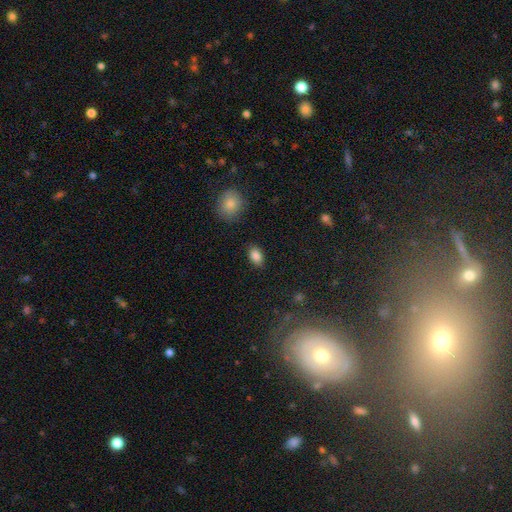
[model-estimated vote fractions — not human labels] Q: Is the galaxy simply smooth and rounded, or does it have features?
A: smooth — 87%.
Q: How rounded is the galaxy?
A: in between — 85%.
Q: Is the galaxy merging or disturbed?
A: none — 87%.